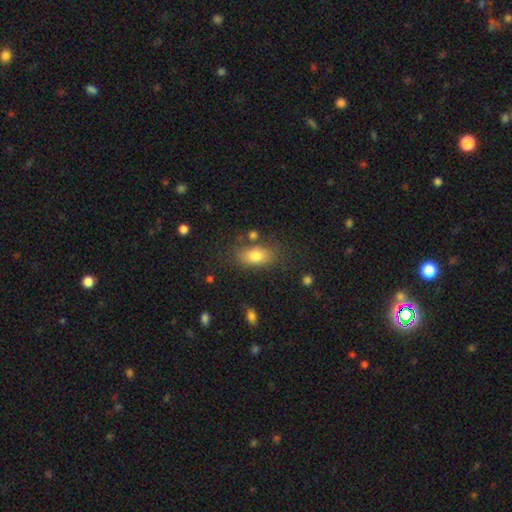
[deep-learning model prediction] Smooth or featured? Predicted: smooth (p=0.79). How rounded? Predicted: in between (p=0.86). Merging? Predicted: none (p=0.74).